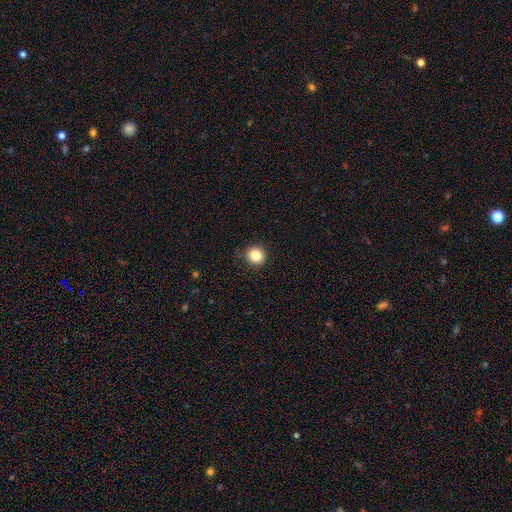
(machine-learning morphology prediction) This is clearly a smooth galaxy (84%). How rounded: clearly round (93%). Merging: clearly none (87%).